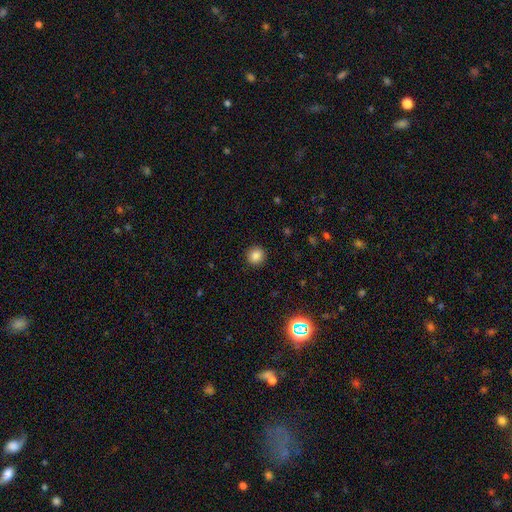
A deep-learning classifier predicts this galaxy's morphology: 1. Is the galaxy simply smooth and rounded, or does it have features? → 84% smooth, 11% star or artifact, 5% featured or disk.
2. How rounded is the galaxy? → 91% round, 8% in between, 1% cigar-shaped.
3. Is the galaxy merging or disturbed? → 92% none, 5% minor disturbance, 2% major disturbance, 1% merger.